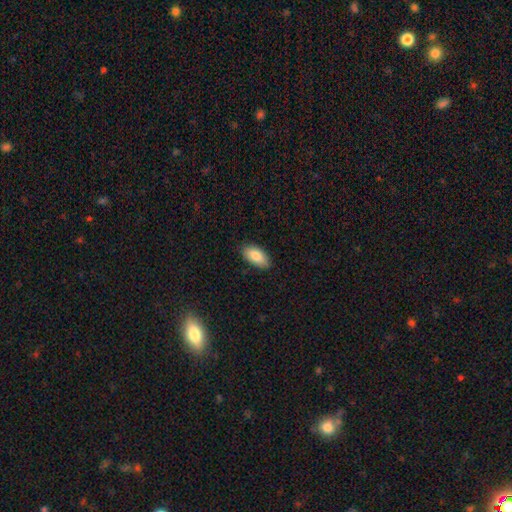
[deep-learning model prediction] This appears to be a smooth galaxy with no disk features (84%) that is in between round and cigar-shaped (93%). Merging: none (86%).